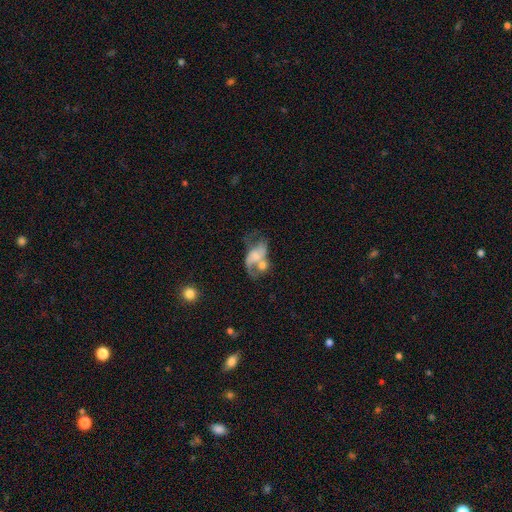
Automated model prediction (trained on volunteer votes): Overall: featured or disk (60%; smooth 31%). Edge-on disk: no (96%). Bar: no (68%). Spiral arms: yes (70%; no 30%). Bulge size: small (38%; moderate 32%). Merging: merger (46%; major disturbance 21%).